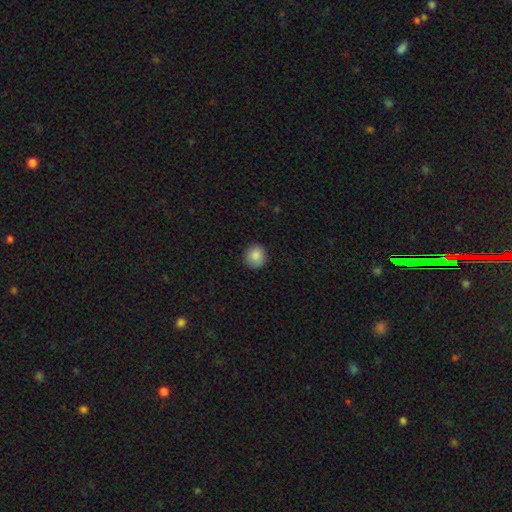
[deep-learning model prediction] The model was most divided on "smooth or featured": smooth: 87%, star or artifact: 8%, featured or disk: 4%. More confident: how rounded — round (92%); merging — none (91%).